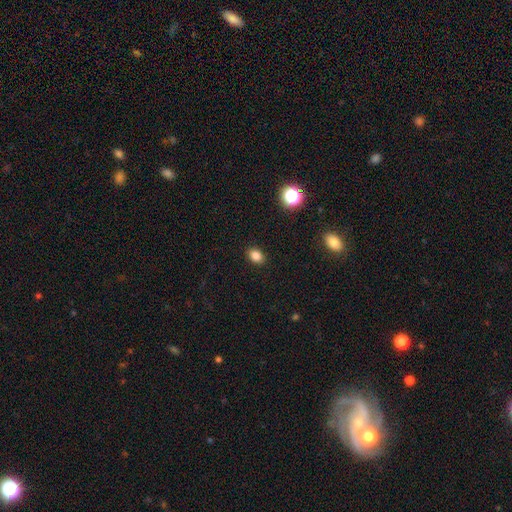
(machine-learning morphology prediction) smooth_or_featured: smooth (p=0.83) [alt: star or artifact p=0.12]
how_rounded: in between (p=0.68) [alt: round p=0.31]
merging: none (p=0.90) [alt: minor disturbance p=0.07]